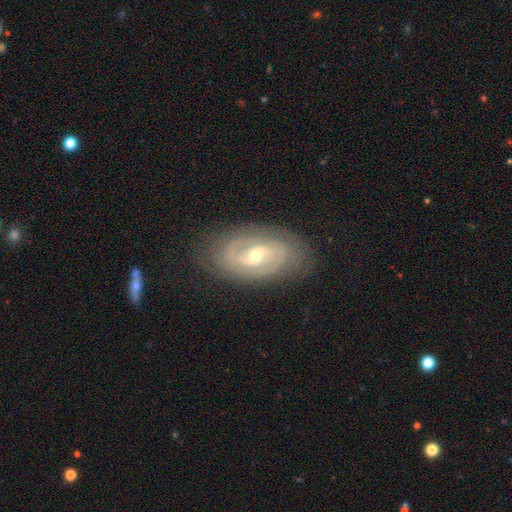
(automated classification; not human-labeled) A featured or disk galaxy (85%) with a weak bar (44%), 2 (64%) tight (56%) spiral arms (93%) and a small central bulge (56%).

Vote fractions:
- Smooth or featured? featured or disk: 85% / smooth: 9% / star or artifact: 6%
- Edge-on disk? no: 95% / yes: 5%
- Bar? weak: 44% / no: 39% / strong: 17%
- Spiral arms? yes: 93% / no: 7%
- Spiral winding? tight: 56% / medium: 34% / loose: 9%
- Spiral arm count? 2: 64% / can't tell: 18% / 3: 9% / 1: 3% / 4: 3% / more than 4: 2%
- Bulge size? small: 56% / moderate: 41% / large: 1% / none: 1% / dominant: 1%
- Merging? none: 80% / minor disturbance: 14% / major disturbance: 5% / merger: 1%